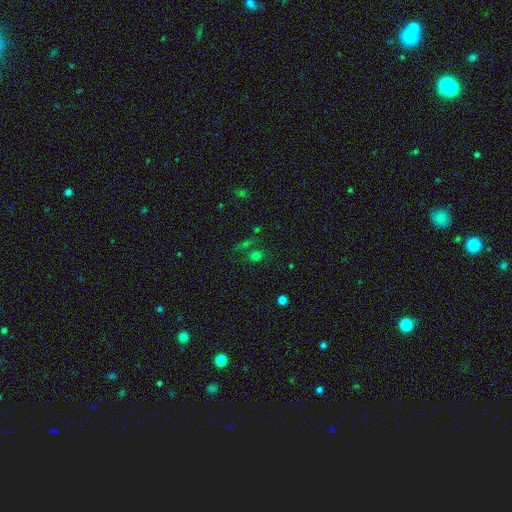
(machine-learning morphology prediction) Smooth or featured? Predicted: smooth (p=0.55). How rounded? Predicted: round (p=0.62). Merging? Predicted: none (p=0.60).